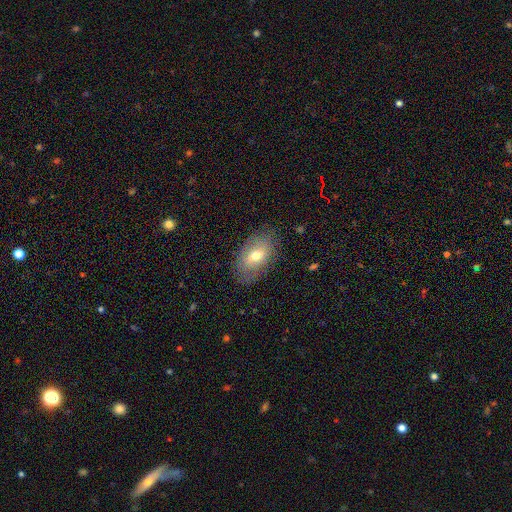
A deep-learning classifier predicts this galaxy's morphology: A smooth galaxy with no disk features (61%) that is in between round and cigar-shaped (89%).

Vote fractions:
- Smooth or featured? smooth: 61% / featured or disk: 31% / star or artifact: 9%
- How rounded? in between: 89% / round: 9% / cigar-shaped: 2%
- Merging? none: 78% / minor disturbance: 15% / major disturbance: 5% / merger: 1%